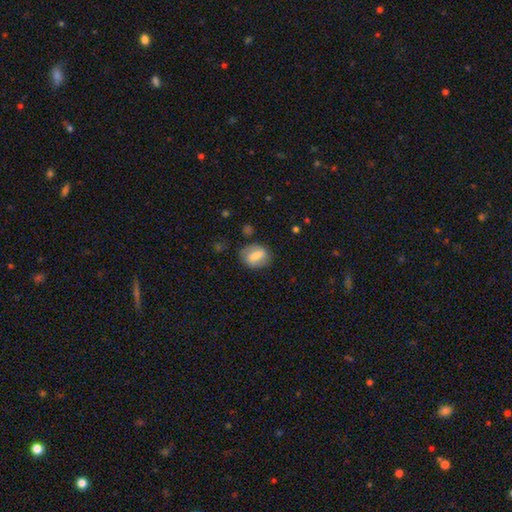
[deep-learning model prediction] smooth 69%, featured or disk 23%, star or artifact 7%. Down the decision tree: how rounded — in between (65%); merging — none (76%).